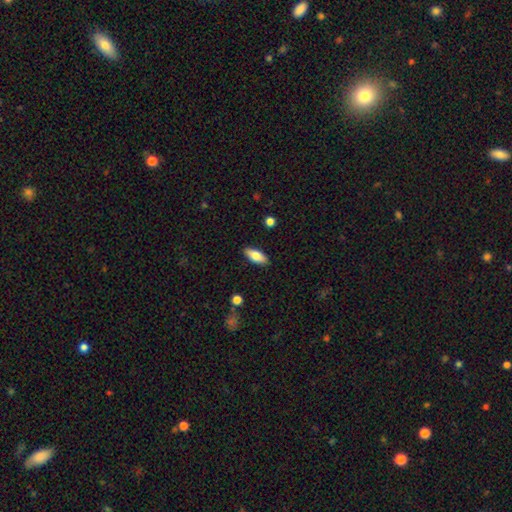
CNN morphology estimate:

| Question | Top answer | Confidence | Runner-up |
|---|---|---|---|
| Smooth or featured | smooth | 76% | featured or disk (17%) |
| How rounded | in between | 78% | cigar-shaped (20%) |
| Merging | none | 89% | minor disturbance (8%) |